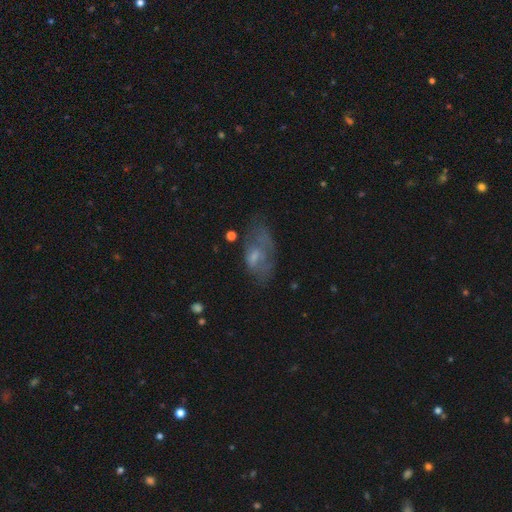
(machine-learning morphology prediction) This appears to be a featured or disk galaxy (45%). Merging: none (42%).